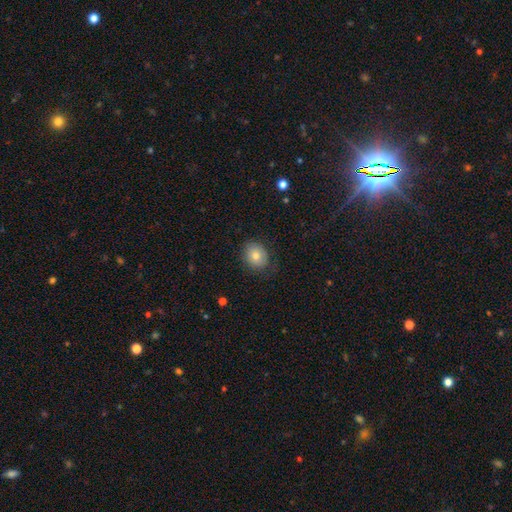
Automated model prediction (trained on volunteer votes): Smooth or featured?
  - smooth: 77% *
  - featured or disk: 14%
  - star or artifact: 10%
How rounded?
  - round: 59% *
  - in between: 40%
  - cigar-shaped: 1%
Merging?
  - none: 79% *
  - minor disturbance: 15%
  - major disturbance: 4%
  - merger: 1%